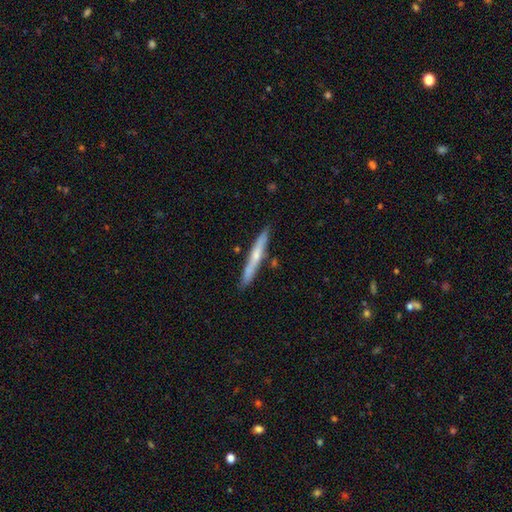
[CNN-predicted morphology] Smooth or featured: featured or disk — 49% (smooth — 45%)
Merging: none — 85% (minor disturbance — 10%)